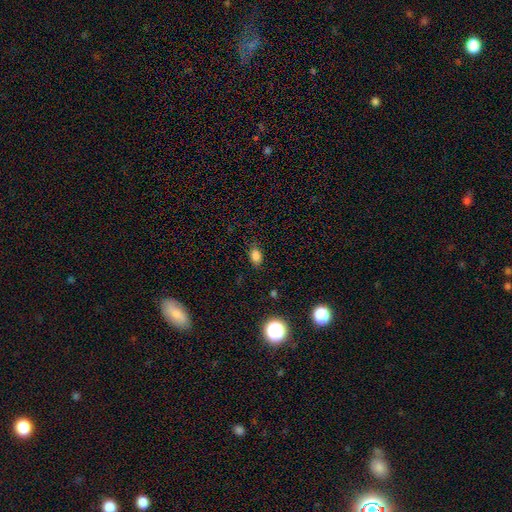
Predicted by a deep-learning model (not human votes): Smooth or featured? Predicted: smooth (p=0.82). How rounded? Predicted: in between (p=0.83). Merging? Predicted: none (p=0.84).